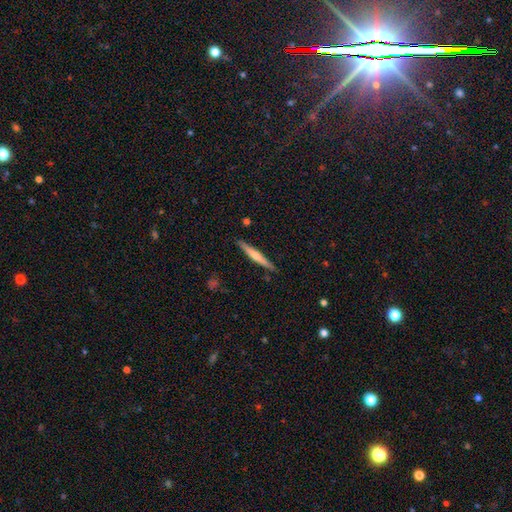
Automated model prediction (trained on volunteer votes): smooth-or-featured: smooth: 49% | featured or disk: 45% | star or artifact: 6%
  merging: none: 88% | minor disturbance: 9% | major disturbance: 2% | merger: 1%